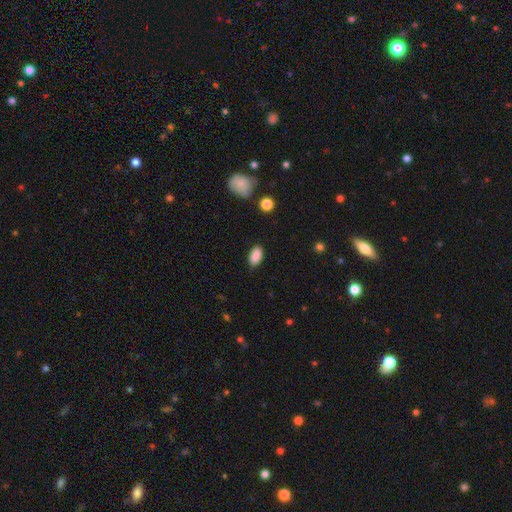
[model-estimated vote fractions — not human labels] smooth-or-featured: smooth: 88% | star or artifact: 8% | featured or disk: 4%
  how-rounded: in between: 92% | round: 5% | cigar-shaped: 3%
  merging: none: 82% | minor disturbance: 14% | major disturbance: 3% | merger: 1%